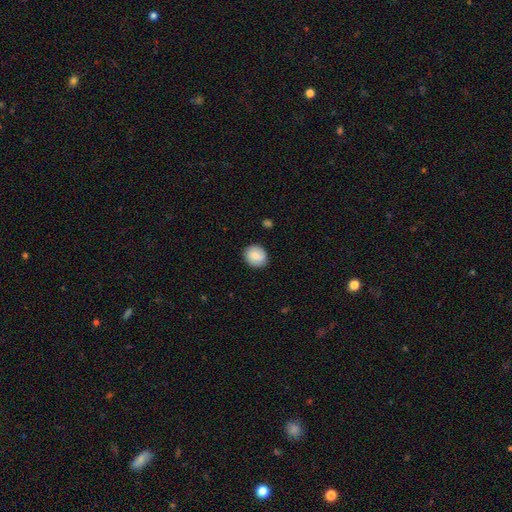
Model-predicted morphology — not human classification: A smooth galaxy with no disk features (78%) that is round (75%).

Vote fractions:
- Smooth or featured? smooth: 78% / featured or disk: 14% / star or artifact: 7%
- How rounded? round: 75% / in between: 24% / cigar-shaped: 1%
- Merging? none: 87% / minor disturbance: 9% / major disturbance: 2% / merger: 1%